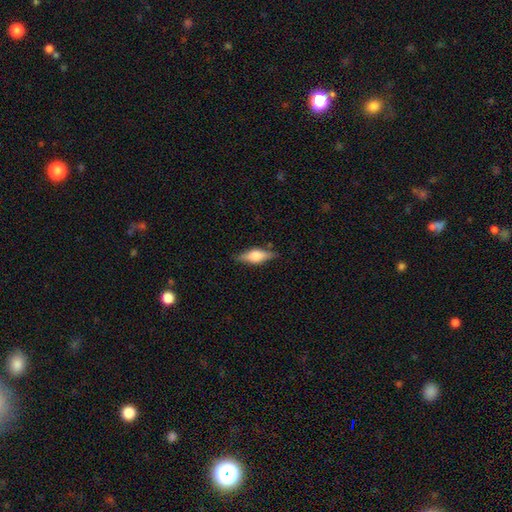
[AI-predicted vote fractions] A featured or disk galaxy (48%). Merging: none (83%).